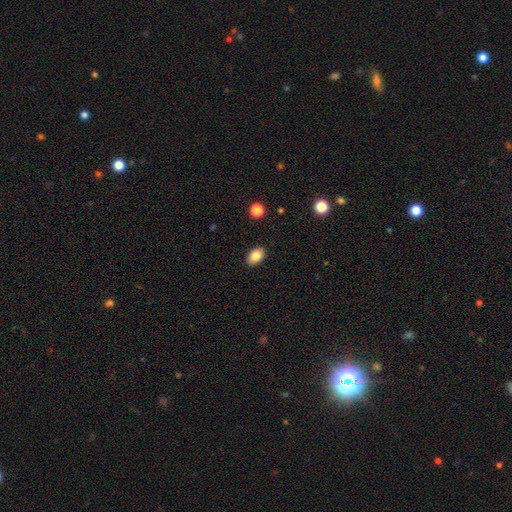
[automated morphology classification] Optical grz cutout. It shows a smooth galaxy with no disk features (85%) that is in between round and cigar-shaped (85%). Merging: none (89%).